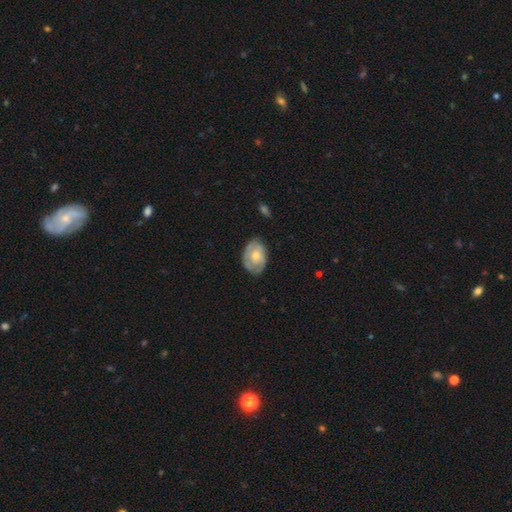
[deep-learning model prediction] A featured or disk galaxy (51%). Merging: none (69%).